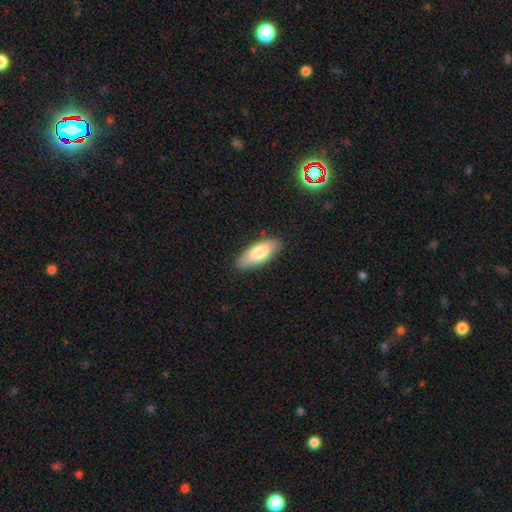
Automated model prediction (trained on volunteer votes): This is likely a smooth galaxy (77%). How rounded: likely in between (77%). Merging: clearly none (85%).